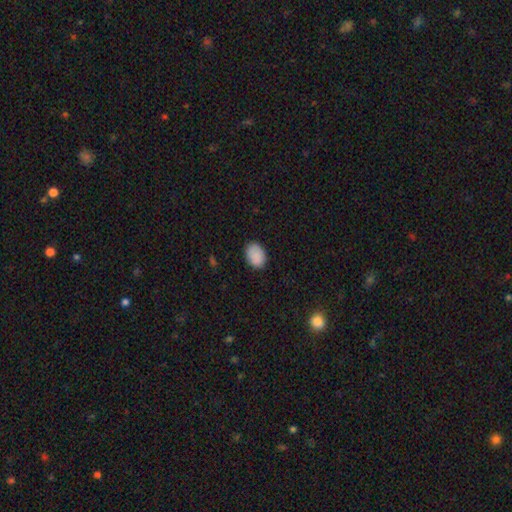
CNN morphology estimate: A smooth galaxy with no disk features (90%) that is in between round and cigar-shaped (77%). Merging: none (85%).